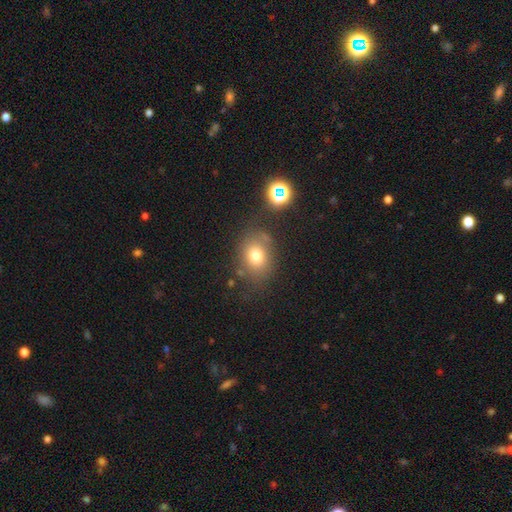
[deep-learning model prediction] Q: Smooth or featured?
A: smooth (75%); runner-up: star or artifact (14%)
Q: How rounded?
A: in between (50%); runner-up: round (49%)
Q: Merging?
A: none (70%); runner-up: minor disturbance (17%)